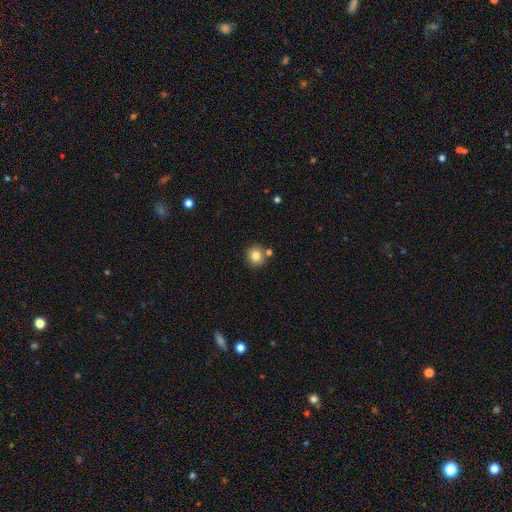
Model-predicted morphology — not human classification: Smooth or featured: smooth — 80% (star or artifact — 11%)
How rounded: round — 92% (in between — 7%)
Merging: none — 77% (merger — 12%)